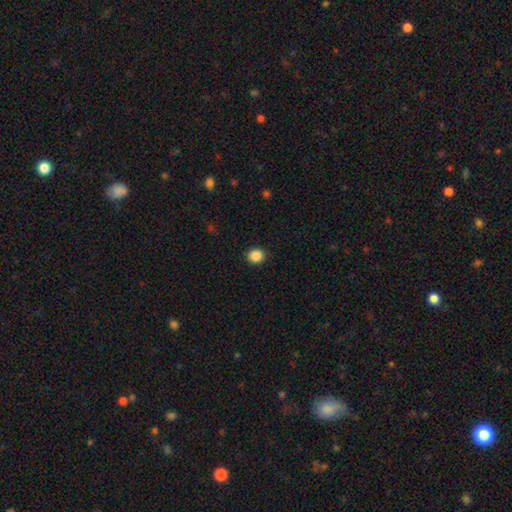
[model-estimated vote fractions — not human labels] smooth-or-featured: smooth: 87% | star or artifact: 10% | featured or disk: 3%
  how-rounded: round: 88% | in between: 11% | cigar-shaped: 1%
  merging: none: 92% | minor disturbance: 5% | major disturbance: 2% | merger: 1%